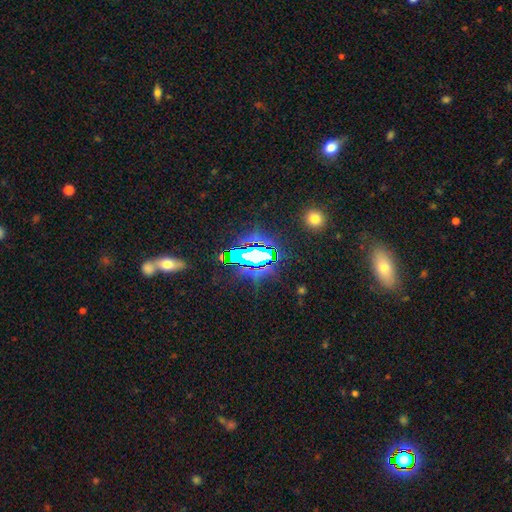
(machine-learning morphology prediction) This is likely a star or artifact rather than a galaxy (72%).